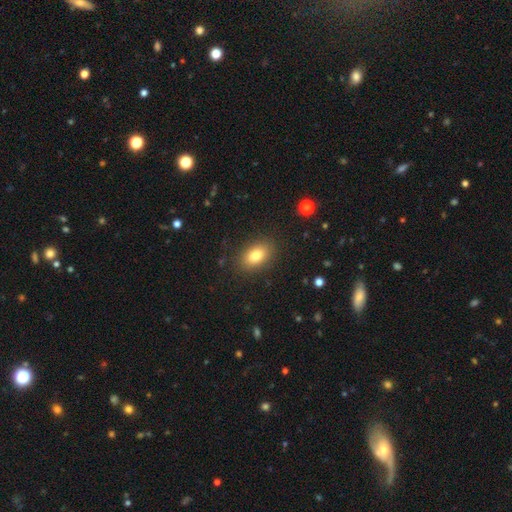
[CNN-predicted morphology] Smooth or featured? Predicted: smooth (p=0.81). How rounded? Predicted: in between (p=0.86). Merging? Predicted: none (p=0.87).